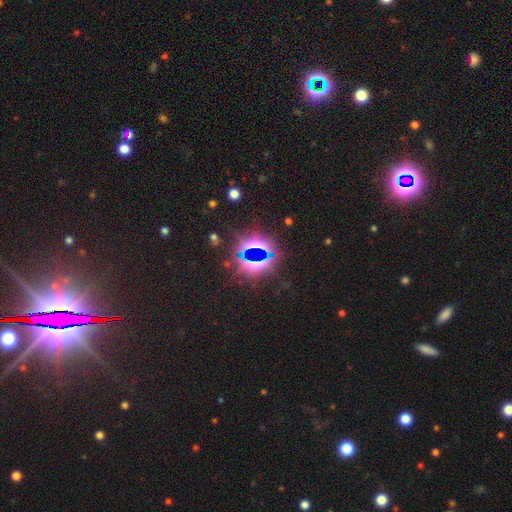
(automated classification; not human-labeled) Overall: star or artifact (81%).